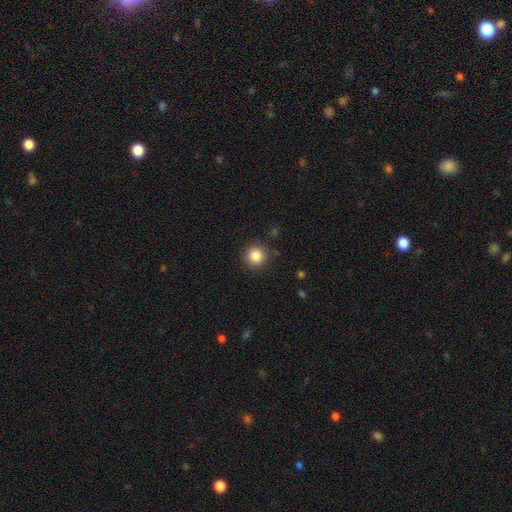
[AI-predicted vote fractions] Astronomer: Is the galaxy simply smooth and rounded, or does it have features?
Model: smooth — 86%.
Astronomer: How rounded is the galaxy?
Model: round — 93%.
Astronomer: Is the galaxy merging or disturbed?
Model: none — 88%.